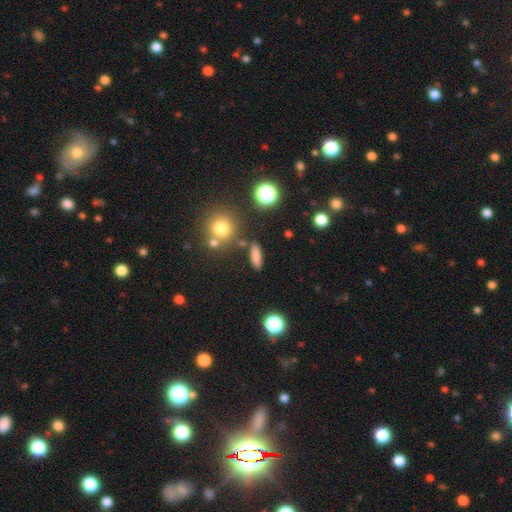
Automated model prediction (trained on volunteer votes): Smooth or featured?
  - smooth: 77% *
  - star or artifact: 14%
  - featured or disk: 9%
How rounded?
  - cigar-shaped: 58% *
  - in between: 34%
  - round: 8%
Merging?
  - none: 81% *
  - minor disturbance: 10%
  - merger: 5%
  - major disturbance: 3%